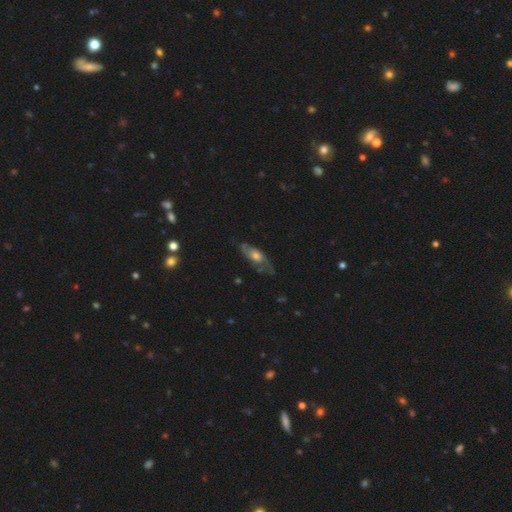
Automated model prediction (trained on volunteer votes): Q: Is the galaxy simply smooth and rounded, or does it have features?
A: featured or disk — 62%.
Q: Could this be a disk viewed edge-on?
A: no — 77%.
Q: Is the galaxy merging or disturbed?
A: none — 60%.